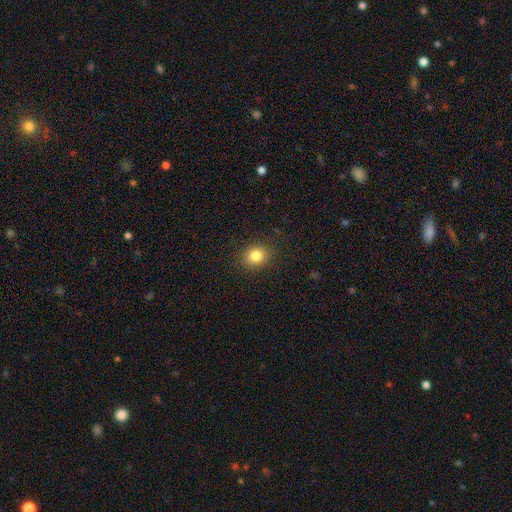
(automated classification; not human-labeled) A smooth galaxy with no disk features (82%) that is round (71%).

Vote fractions:
- Smooth or featured? smooth: 82% / star or artifact: 11% / featured or disk: 6%
- How rounded? round: 71% / in between: 28% / cigar-shaped: 1%
- Merging? none: 88% / minor disturbance: 9% / major disturbance: 3% / merger: 1%